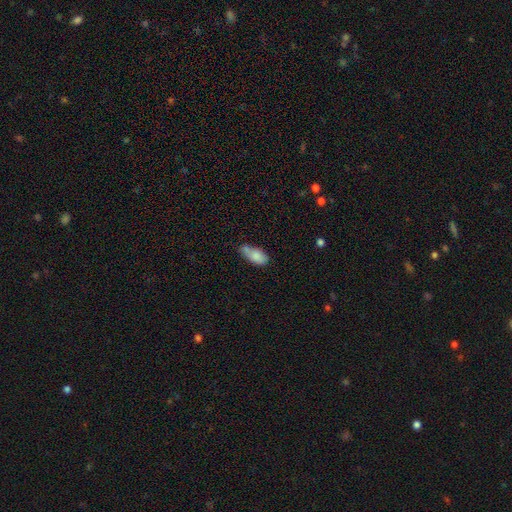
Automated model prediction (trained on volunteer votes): Overall: smooth (81%). How rounded: in between (89%). Merging: none (41%; minor disturbance 33%).